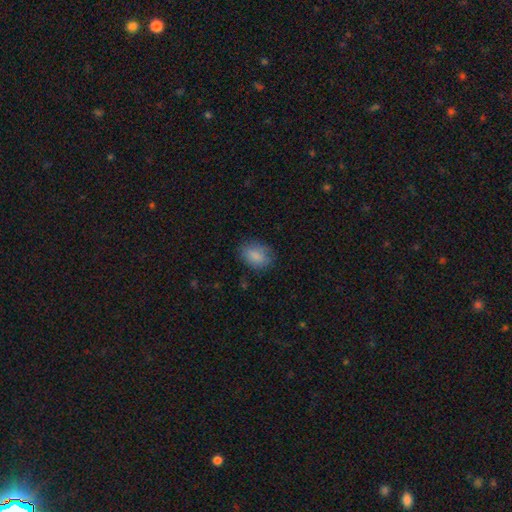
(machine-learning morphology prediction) Smooth or featured? Predicted: smooth (p=0.84). How rounded? Predicted: in between (p=0.79). Merging? Predicted: none (p=0.74).